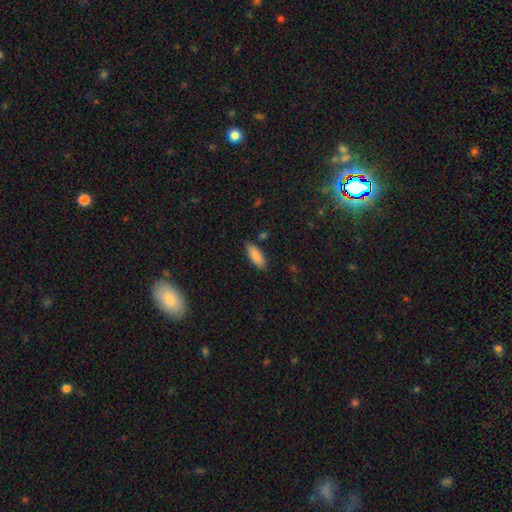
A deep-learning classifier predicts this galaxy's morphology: The model was most divided on "how rounded": in between: 67%, cigar-shaped: 31%, round: 2%. More confident: smooth or featured — smooth (88%); merging — none (82%).